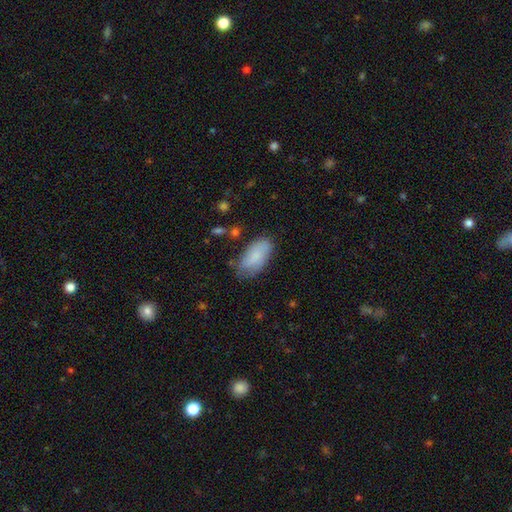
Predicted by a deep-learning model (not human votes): This appears to be a smooth galaxy with no disk features (79%) that is in between round and cigar-shaped (92%). Merging: none (68%).